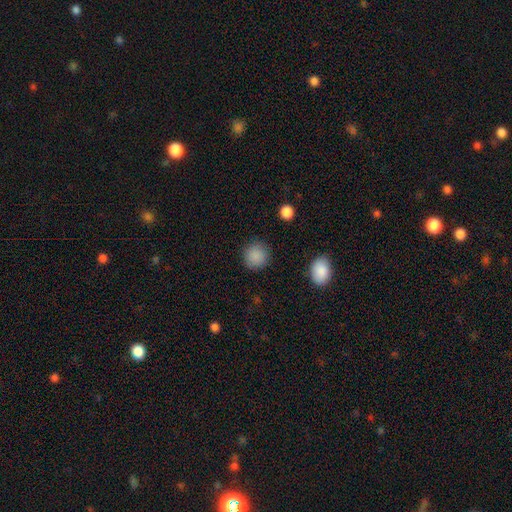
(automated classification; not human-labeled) Smooth or featured? Predicted: smooth (p=0.88). How rounded? Predicted: round (p=0.91). Merging? Predicted: none (p=0.89).